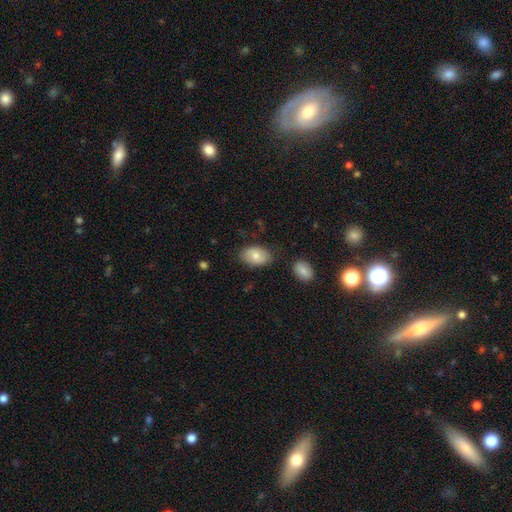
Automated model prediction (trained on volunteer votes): Overall: smooth (79%). How rounded: in between (90%). Merging: none (76%).